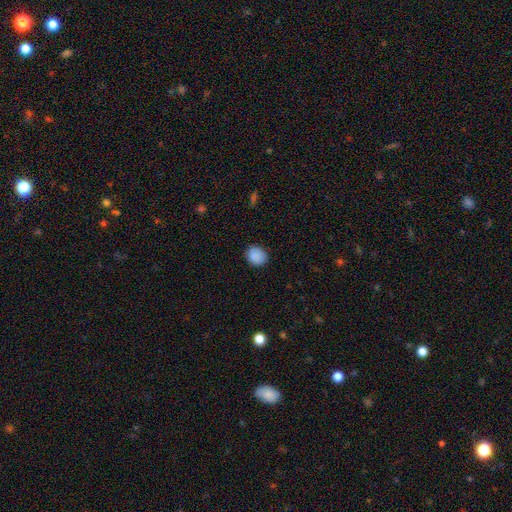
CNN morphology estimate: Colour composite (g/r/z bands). It shows a smooth galaxy with no disk features (89%) that is round (66%). Merging: none (85%).